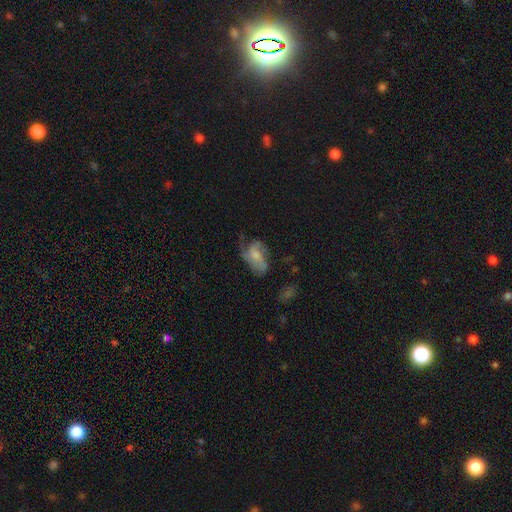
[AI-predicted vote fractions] This appears to be a featured or disk galaxy (56%) with no bar (58%), spiral arms (78%) and a moderate central bulge (33%). Merging: none (37%).